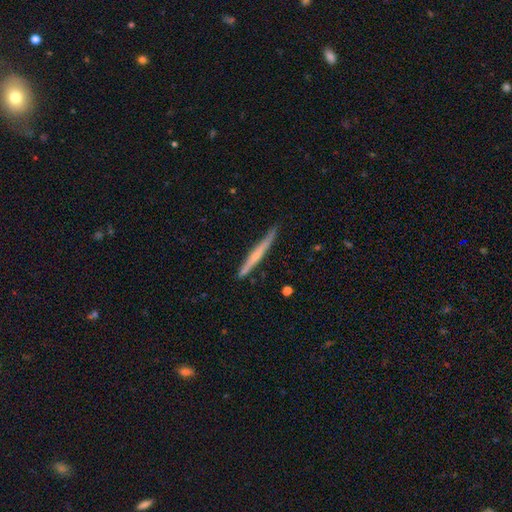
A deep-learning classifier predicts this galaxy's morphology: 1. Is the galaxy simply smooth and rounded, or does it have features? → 55% featured or disk, 39% smooth, 5% star or artifact.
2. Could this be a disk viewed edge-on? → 97% yes, 3% no.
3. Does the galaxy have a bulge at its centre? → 53% none, 40% rounded, 7% boxy.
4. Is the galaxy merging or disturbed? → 86% none, 11% minor disturbance, 2% major disturbance, 1% merger.